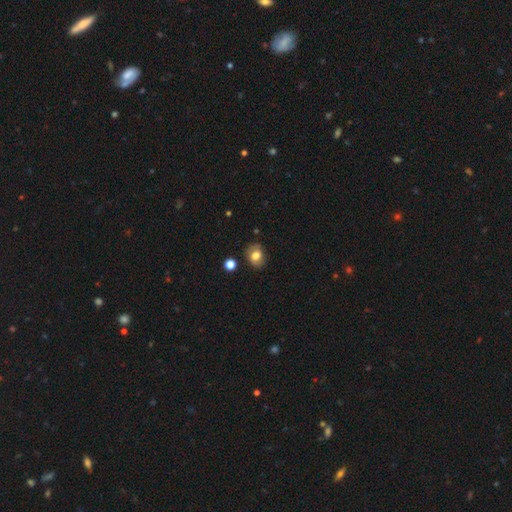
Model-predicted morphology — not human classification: smooth 73%, featured or disk 18%, star or artifact 10%. Down the decision tree: how rounded — in between (57%); merging — none (77%).